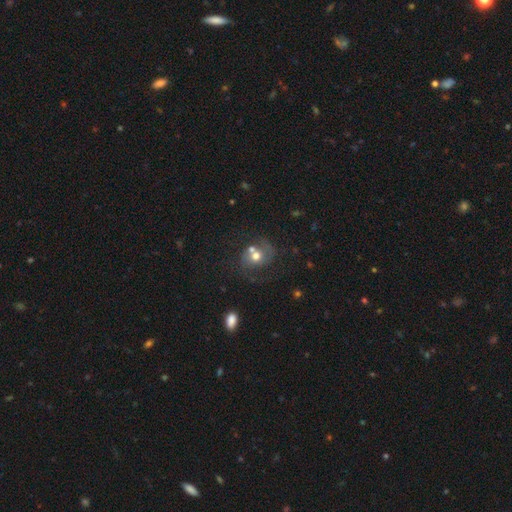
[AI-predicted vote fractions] Overall: featured or disk (47%; smooth 40%). Merging: none (46%; merger 24%).